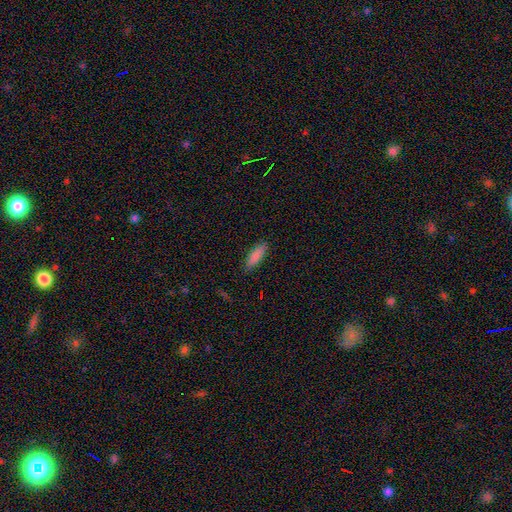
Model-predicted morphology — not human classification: smooth-or-featured: smooth: 87% | star or artifact: 7% | featured or disk: 6%
  how-rounded: in between: 50% | cigar-shaped: 48% | round: 2%
  merging: none: 87% | minor disturbance: 10% | major disturbance: 2% | merger: 1%